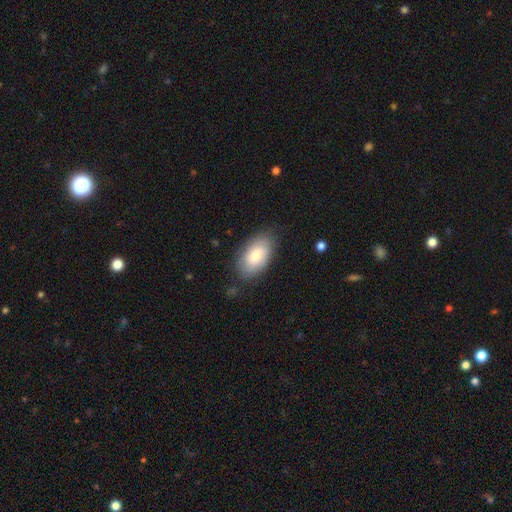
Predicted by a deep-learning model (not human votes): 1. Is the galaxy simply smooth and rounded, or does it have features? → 79% smooth, 15% featured or disk, 6% star or artifact.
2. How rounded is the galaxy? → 94% in between, 4% round, 2% cigar-shaped.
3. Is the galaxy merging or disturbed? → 79% none, 15% minor disturbance, 4% major disturbance, 2% merger.